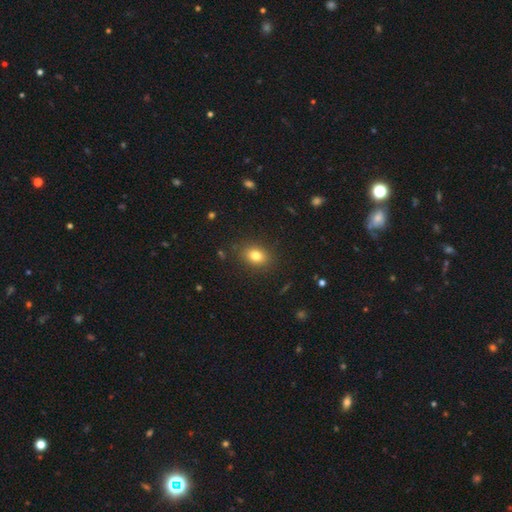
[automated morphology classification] This is clearly a smooth galaxy (81%). How rounded: likely in between (61%). Merging: clearly none (88%).